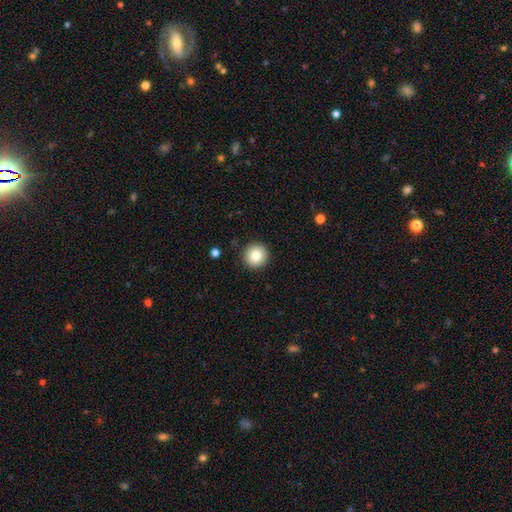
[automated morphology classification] type=smooth (83%); roundness=round (95%); merging=none (92%).